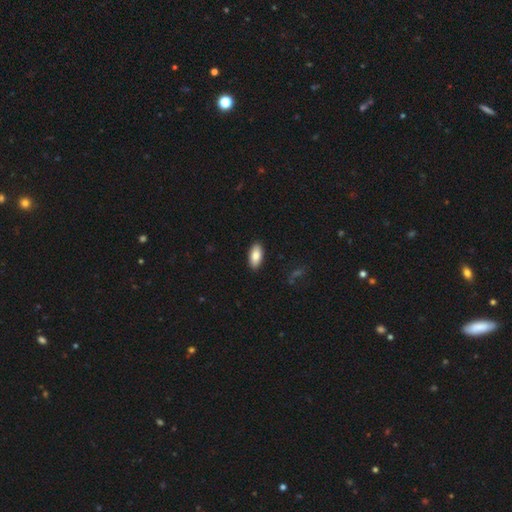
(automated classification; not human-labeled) A smooth galaxy with no disk features (85%) that is in between round and cigar-shaped (89%). Merging: none (89%).